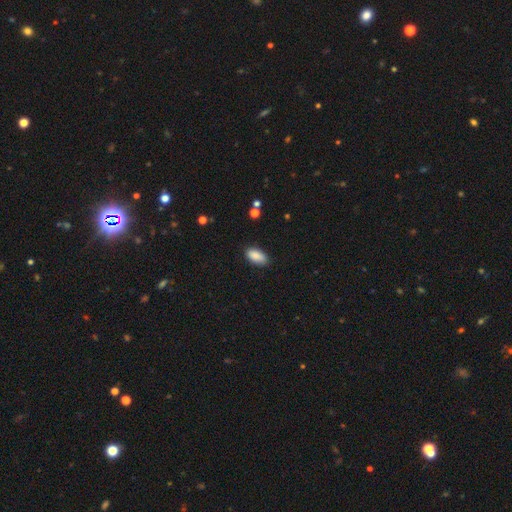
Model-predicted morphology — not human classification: This appears to be a smooth galaxy with no disk features (88%) that is in between round and cigar-shaped (92%). Merging: none (84%).